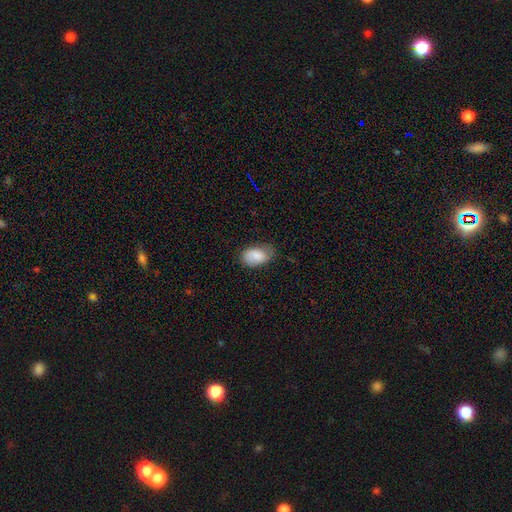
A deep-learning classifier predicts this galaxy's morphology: smooth 86%, featured or disk 8%, star or artifact 7%. Down the decision tree: how rounded — in between (91%); merging — none (62%).